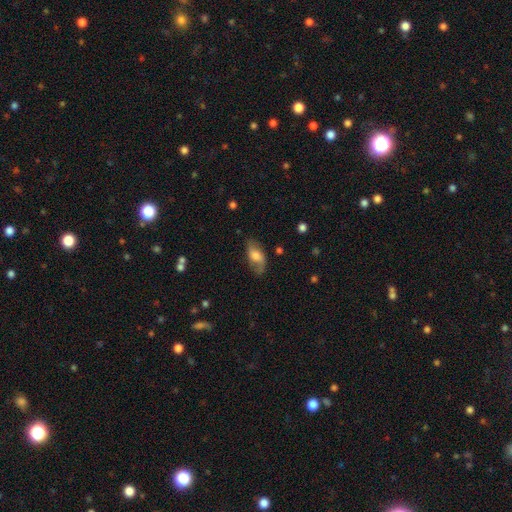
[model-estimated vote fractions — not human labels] Smooth or featured: smooth — 52% (featured or disk — 40%)
How rounded: in between — 88% (cigar-shaped — 6%)
Merging: none — 65% (minor disturbance — 24%)